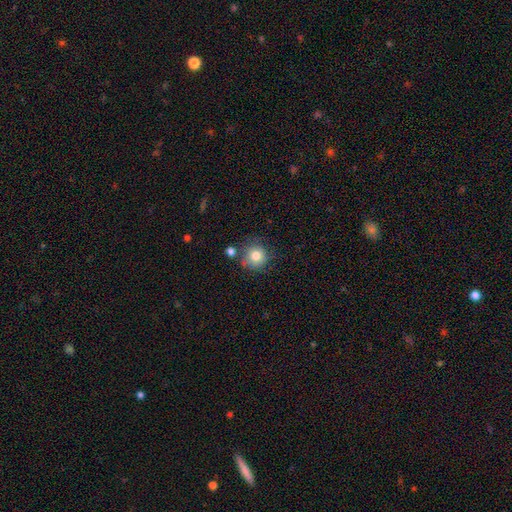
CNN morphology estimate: smooth_or_featured: smooth (p=0.80) [alt: star or artifact p=0.10]
how_rounded: round (p=0.92) [alt: in between p=0.07]
merging: none (p=0.72) [alt: minor disturbance p=0.16]